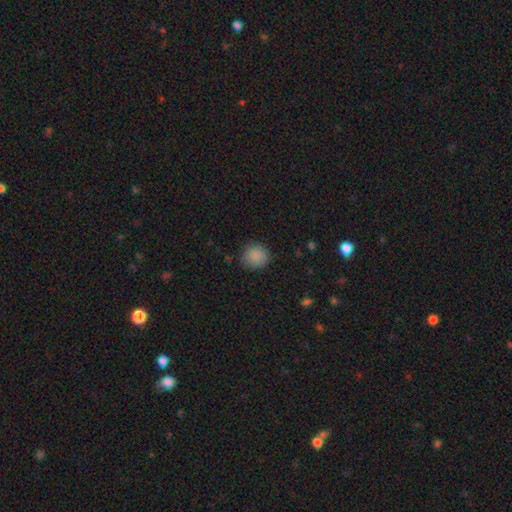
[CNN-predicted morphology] smooth-or-featured: smooth: 87% | star or artifact: 9% | featured or disk: 4%
  how-rounded: round: 87% | in between: 12% | cigar-shaped: 1%
  merging: none: 84% | minor disturbance: 12% | major disturbance: 3% | merger: 1%